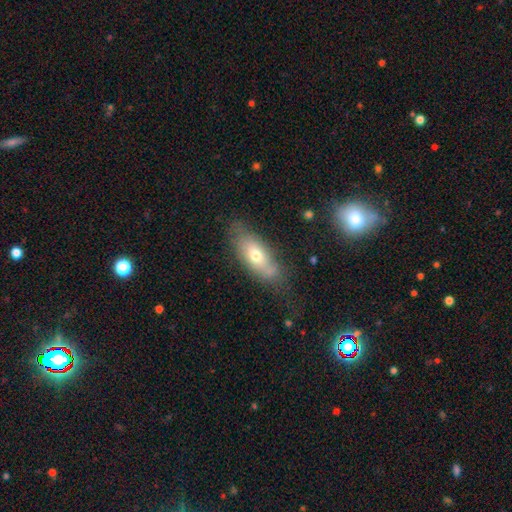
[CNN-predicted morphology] smooth_or_featured: smooth (p=0.59) [alt: featured or disk p=0.32]
how_rounded: in between (p=0.74) [alt: cigar-shaped p=0.22]
merging: none (p=0.62) [alt: minor disturbance p=0.25]